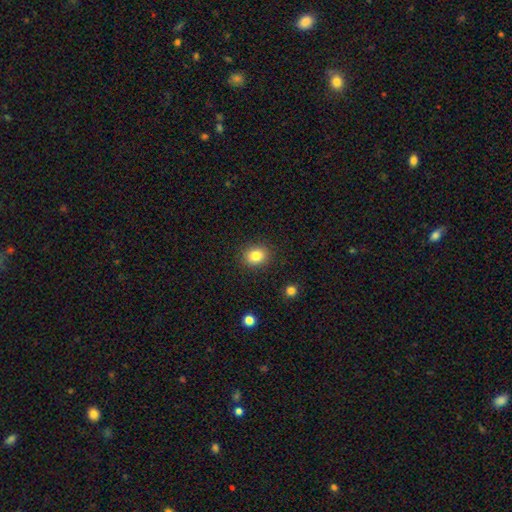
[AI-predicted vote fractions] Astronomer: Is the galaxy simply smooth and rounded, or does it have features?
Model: smooth — 83%.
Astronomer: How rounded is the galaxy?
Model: round — 65%.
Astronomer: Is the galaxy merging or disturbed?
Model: none — 89%.